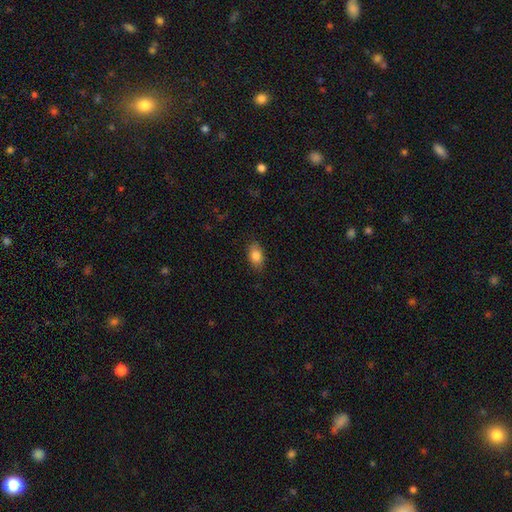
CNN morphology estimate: This appears to be a smooth galaxy with no disk features (84%) that is in between round and cigar-shaped (88%). Merging: none (86%).